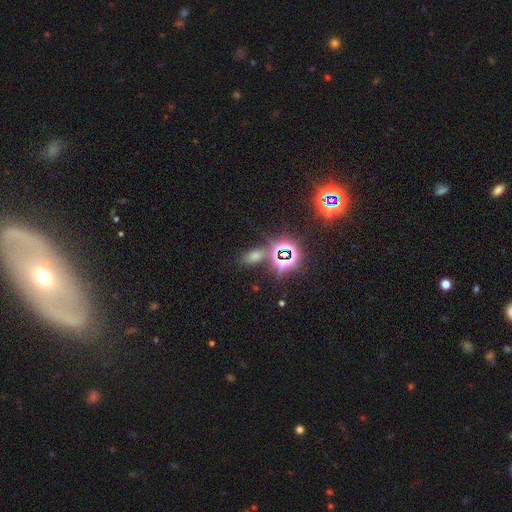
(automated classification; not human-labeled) The model was most divided on "smooth or featured": star or artifact: 56%, smooth: 34%, featured or disk: 10%.